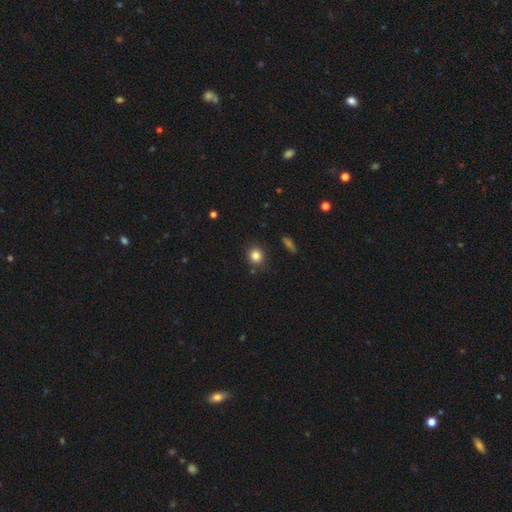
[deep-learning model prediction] This is clearly a smooth galaxy (83%). How rounded: clearly round (82%). Merging: clearly none (85%).